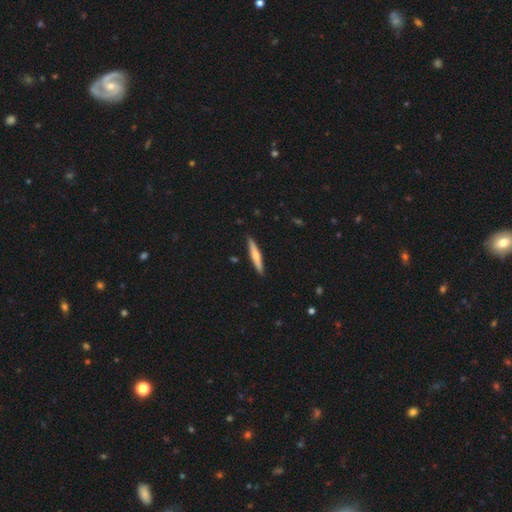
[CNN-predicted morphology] The model was most divided on "smooth or featured": smooth: 50%, featured or disk: 45%, star or artifact: 5%. More confident: merging — none (90%).